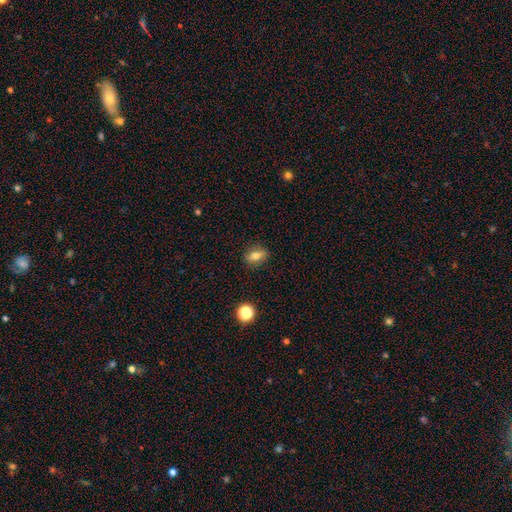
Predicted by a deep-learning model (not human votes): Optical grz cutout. It shows a smooth galaxy with no disk features (70%) that is in between round and cigar-shaped (71%). Merging: none (86%).